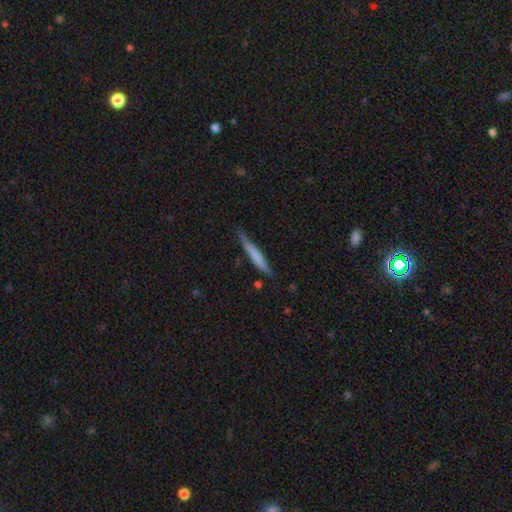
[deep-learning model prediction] Q: Smooth or featured?
A: smooth (60%); runner-up: featured or disk (34%)
Q: How rounded?
A: cigar-shaped (94%); runner-up: in between (4%)
Q: Merging?
A: none (70%); runner-up: minor disturbance (23%)